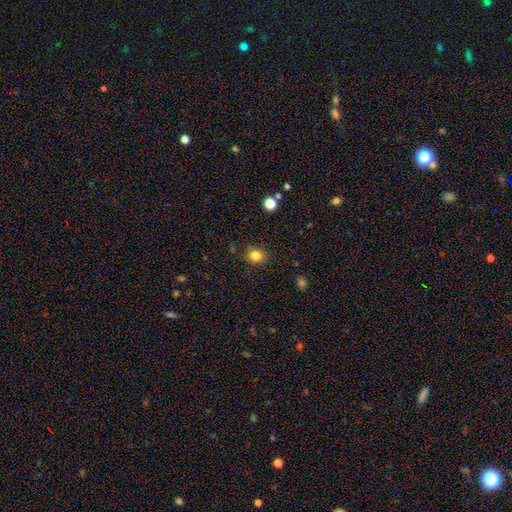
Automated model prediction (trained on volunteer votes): smooth_or_featured: smooth (p=0.82) [alt: star or artifact p=0.12]
how_rounded: round (p=0.72) [alt: in between p=0.27]
merging: none (p=0.86) [alt: minor disturbance p=0.10]